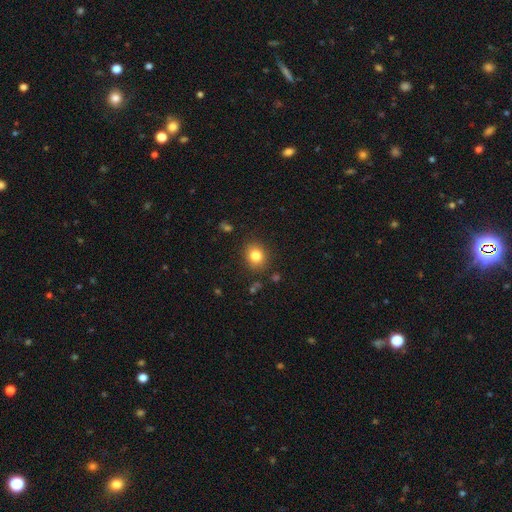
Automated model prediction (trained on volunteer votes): Smooth or featured? Predicted: smooth (p=0.82). How rounded? Predicted: round (p=0.68). Merging? Predicted: none (p=0.86).